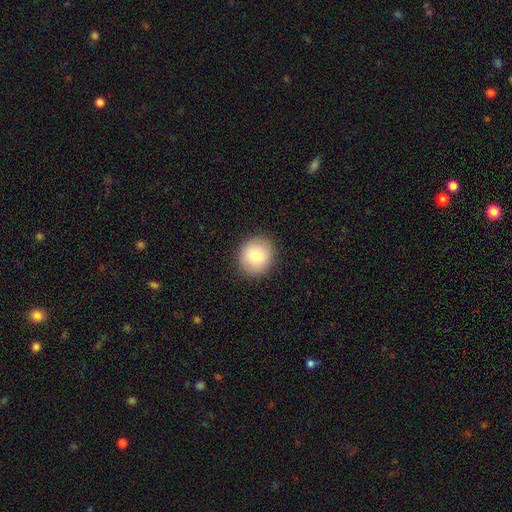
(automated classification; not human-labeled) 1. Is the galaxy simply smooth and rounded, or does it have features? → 81% smooth, 10% featured or disk, 8% star or artifact.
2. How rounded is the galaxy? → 86% round, 14% in between, 1% cigar-shaped.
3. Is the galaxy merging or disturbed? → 90% none, 7% minor disturbance, 2% major disturbance, 1% merger.